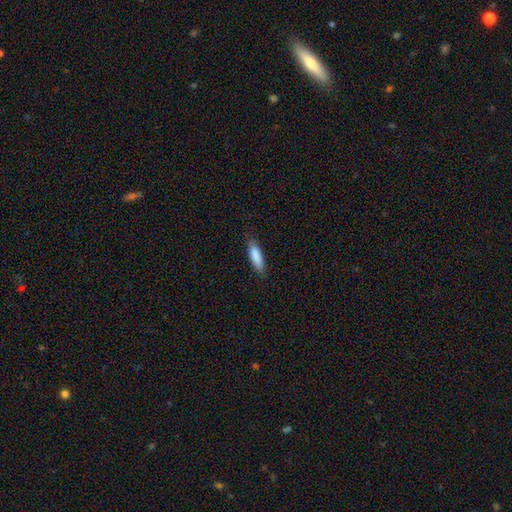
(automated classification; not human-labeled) A smooth galaxy with no disk features (86%) that is cigar-shaped (54%).

Vote fractions:
- Smooth or featured? smooth: 86% / featured or disk: 8% / star or artifact: 6%
- How rounded? cigar-shaped: 54% / in between: 45% / round: 1%
- Merging? none: 81% / minor disturbance: 15% / major disturbance: 3% / merger: 1%